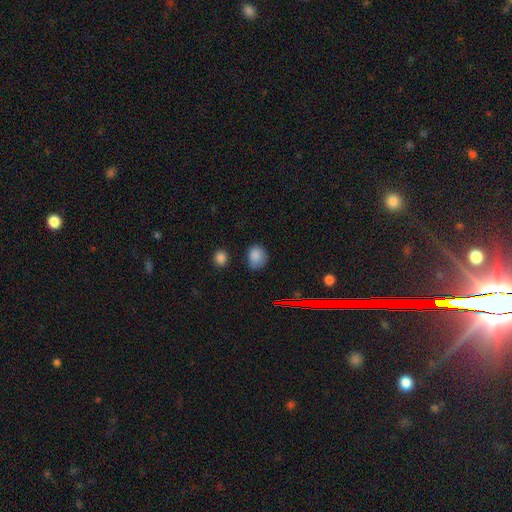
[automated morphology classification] type=smooth (82%); roundness=round (51%); merging=none (65%).